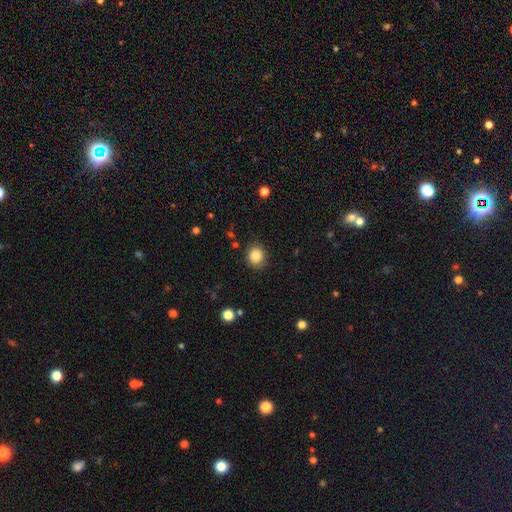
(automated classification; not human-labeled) Smooth or featured?
  - smooth: 85% *
  - star or artifact: 10%
  - featured or disk: 5%
How rounded?
  - round: 82% *
  - in between: 17%
  - cigar-shaped: 1%
Merging?
  - none: 88% *
  - minor disturbance: 8%
  - major disturbance: 3%
  - merger: 1%